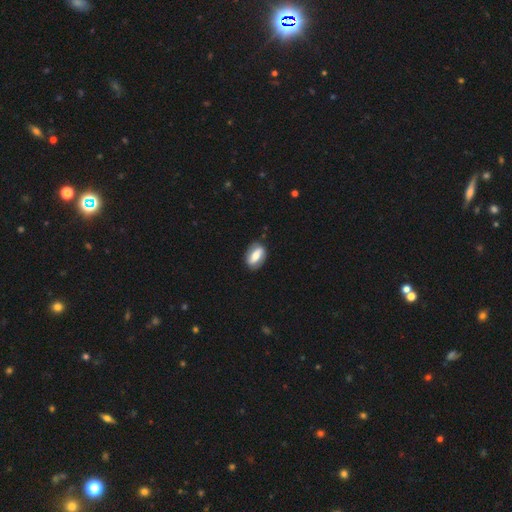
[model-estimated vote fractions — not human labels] Smooth or featured: featured or disk — 49% (smooth — 45%)
Merging: none — 83% (minor disturbance — 13%)